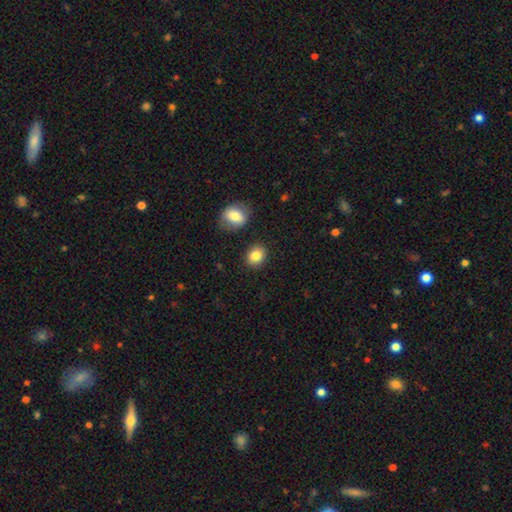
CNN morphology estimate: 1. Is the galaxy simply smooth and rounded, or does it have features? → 84% smooth, 9% star or artifact, 7% featured or disk.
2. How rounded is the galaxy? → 52% round, 47% in between, 1% cigar-shaped.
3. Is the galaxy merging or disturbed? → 85% none, 8% minor disturbance, 4% merger, 3% major disturbance.